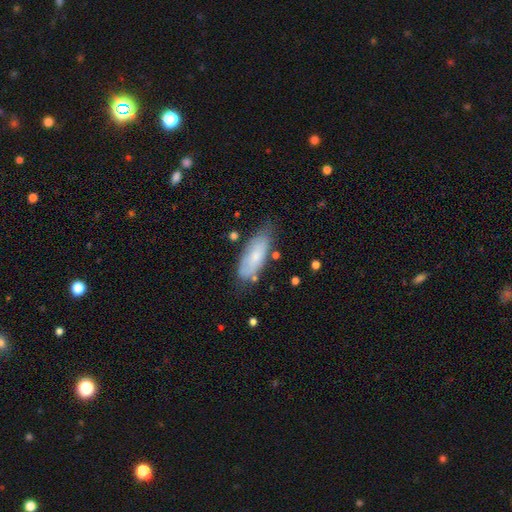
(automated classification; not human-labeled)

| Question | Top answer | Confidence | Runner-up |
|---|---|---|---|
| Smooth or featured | smooth | 68% | featured or disk (25%) |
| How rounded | in between | 76% | cigar-shaped (22%) |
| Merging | none | 62% | minor disturbance (27%) |